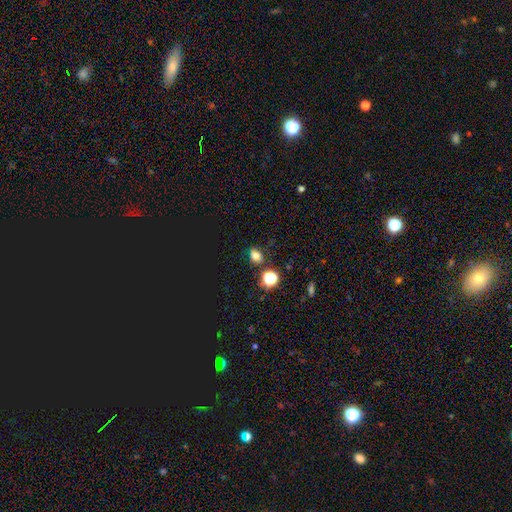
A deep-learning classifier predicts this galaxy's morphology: type=smooth (68%); roundness=in between (57%); merging=none (76%).